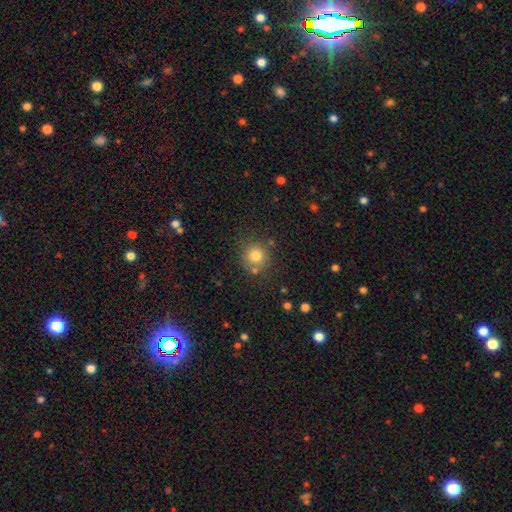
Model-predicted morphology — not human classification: Smooth or featured?
  - smooth: 79% *
  - star or artifact: 13%
  - featured or disk: 9%
How rounded?
  - round: 91% *
  - in between: 8%
  - cigar-shaped: 1%
Merging?
  - none: 77% *
  - minor disturbance: 11%
  - merger: 9%
  - major disturbance: 4%